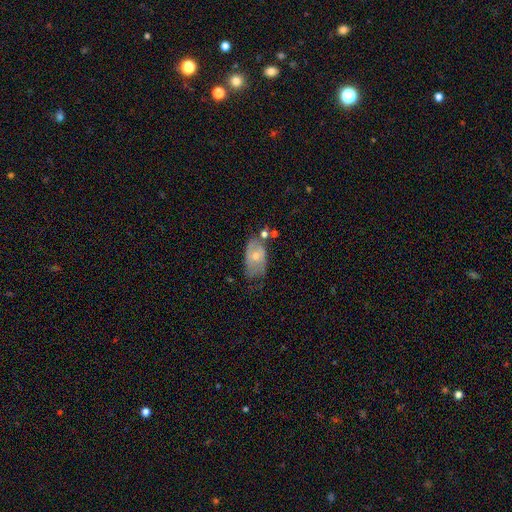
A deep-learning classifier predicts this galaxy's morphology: The model was most divided on "bulge size": moderate: 51%, small: 46%, large: 2%, none: 1%, dominant: 1%. Remaining: edge-on disk — no (92%); bar — no (71%); spiral arms — yes (64%); smooth or featured — featured or disk (57%); merging — none (48%).